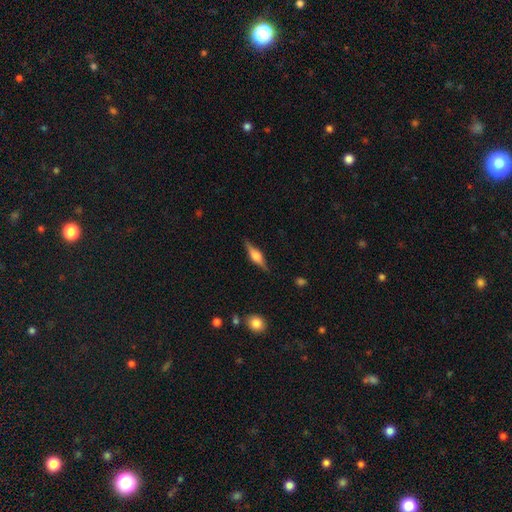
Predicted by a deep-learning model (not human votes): A featured or disk galaxy (72%) viewed edge-on (97%) with a rounded central bulge (83%).

Vote fractions:
- Smooth or featured? featured or disk: 72% / smooth: 21% / star or artifact: 6%
- Edge-on disk? yes: 97% / no: 3%
- Edge-on bulge? rounded: 83% / boxy: 15% / none: 2%
- Merging? none: 87% / minor disturbance: 10% / major disturbance: 2% / merger: 1%